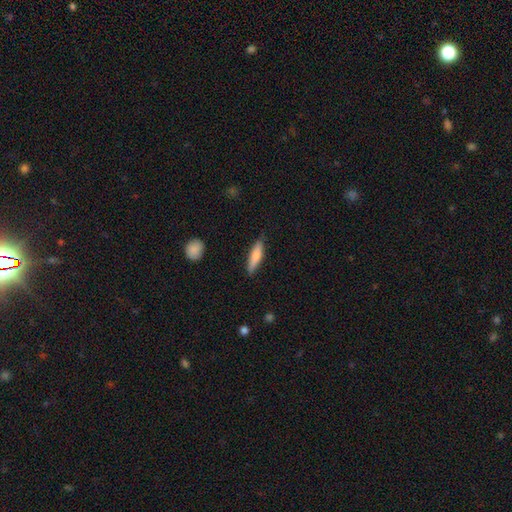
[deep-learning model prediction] Smooth or featured? Predicted: smooth (p=0.73). How rounded? Predicted: cigar-shaped (p=0.74). Merging? Predicted: none (p=0.82).